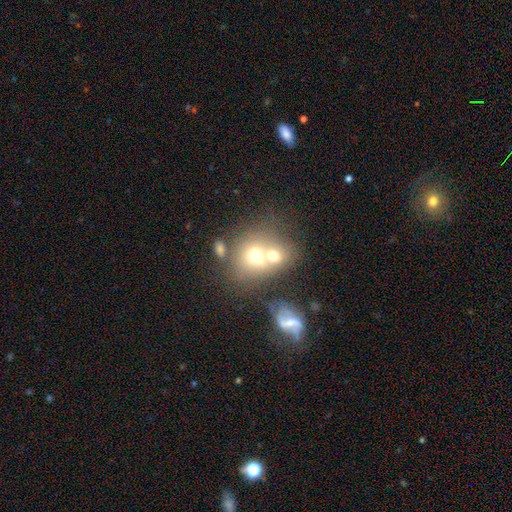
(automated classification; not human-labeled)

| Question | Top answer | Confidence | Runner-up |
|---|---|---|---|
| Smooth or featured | smooth | 58% | featured or disk (28%) |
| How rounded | round | 66% | in between (33%) |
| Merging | merger | 59% | none (27%) |